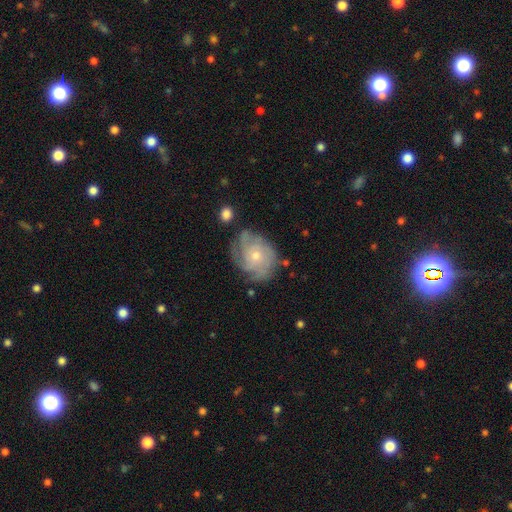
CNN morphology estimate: Smooth or featured: featured or disk — 76% (smooth — 17%)
Edge-on disk: no — 97% (yes — 3%)
Bar: no — 82% (weak — 16%)
Spiral arms: yes — 89% (no — 11%)
Spiral winding: tight — 60% (medium — 30%)
Spiral arm count: can't tell — 39% (4 — 20%)
Bulge size: small — 59% (moderate — 37%)
Merging: none — 66% (minor disturbance — 22%)